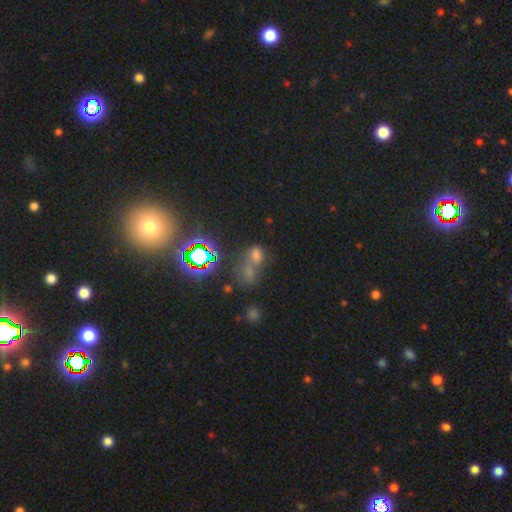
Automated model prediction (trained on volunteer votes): Q: Smooth or featured?
A: smooth (47%); runner-up: star or artifact (42%)
Q: Merging?
A: merger (52%); runner-up: none (30%)